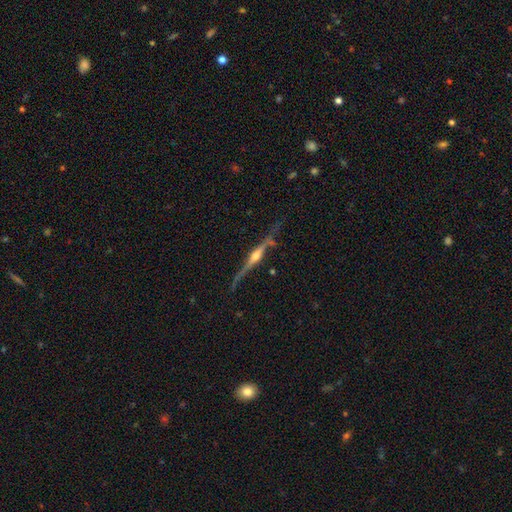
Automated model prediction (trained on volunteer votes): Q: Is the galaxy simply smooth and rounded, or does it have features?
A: featured or disk — 85%.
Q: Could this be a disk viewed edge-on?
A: yes — 96%.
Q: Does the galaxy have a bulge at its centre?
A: rounded — 90%.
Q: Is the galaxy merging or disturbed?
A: none — 71%.